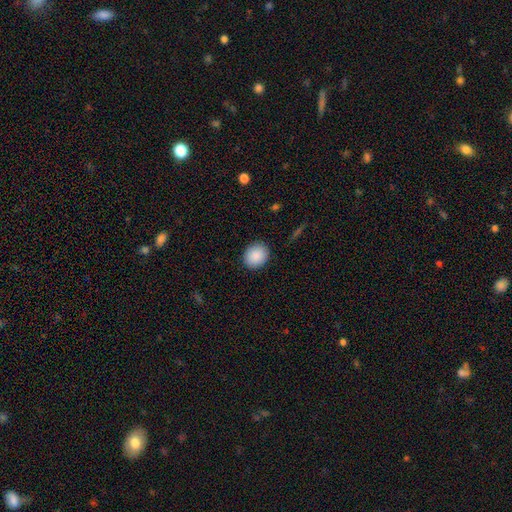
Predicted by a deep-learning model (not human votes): A smooth galaxy with no disk features (90%) that is round (69%). Merging: none (90%).